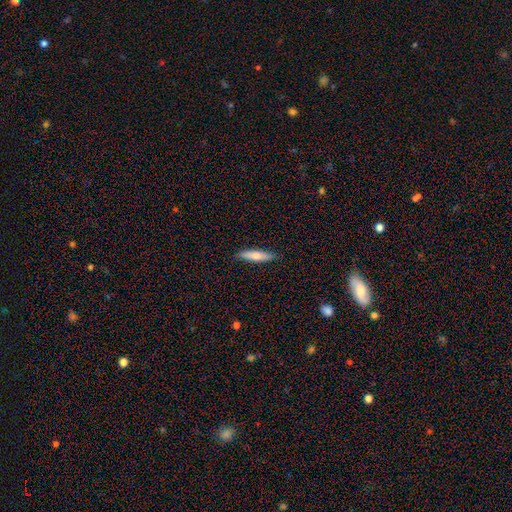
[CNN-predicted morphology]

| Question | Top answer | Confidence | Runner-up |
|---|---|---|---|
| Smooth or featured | smooth | 70% | featured or disk (24%) |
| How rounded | cigar-shaped | 77% | in between (21%) |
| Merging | none | 88% | minor disturbance (9%) |